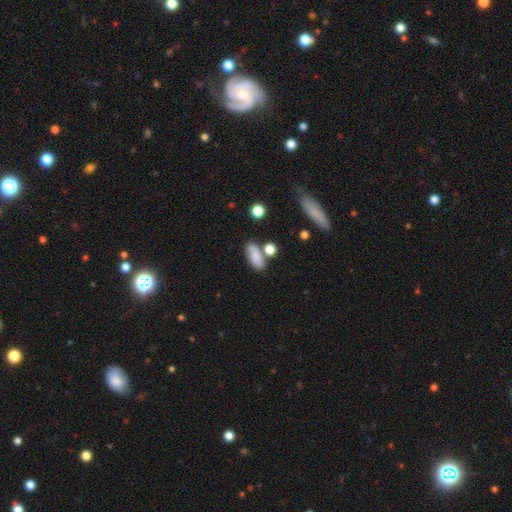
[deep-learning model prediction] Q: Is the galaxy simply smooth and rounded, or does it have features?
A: smooth — 75%.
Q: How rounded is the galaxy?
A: in between — 81%.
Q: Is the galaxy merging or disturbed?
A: none — 62%.